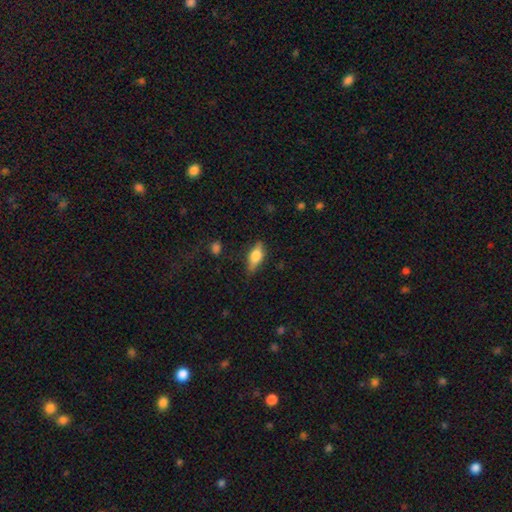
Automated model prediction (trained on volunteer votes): The model was most divided on "smooth or featured": smooth: 57%, featured or disk: 35%, star or artifact: 7%. More confident: merging — none (79%); how rounded — in between (69%).